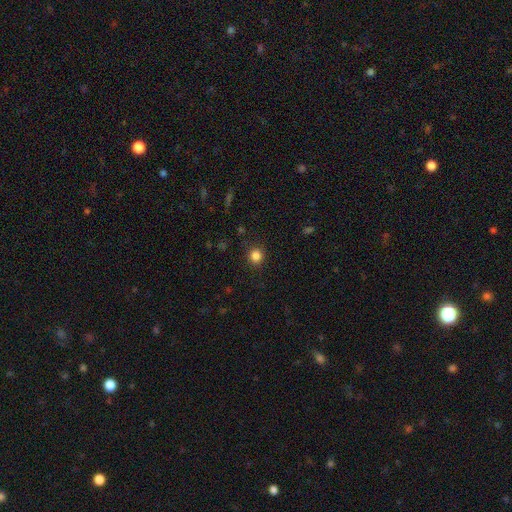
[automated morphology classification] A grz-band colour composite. It shows a smooth galaxy with no disk features (84%) that is round (90%). Merging: none (89%).